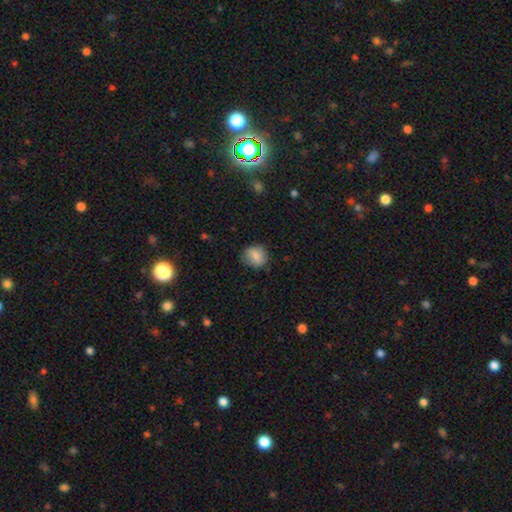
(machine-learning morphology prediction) The model was most divided on "how rounded": round: 71%, in between: 28%, cigar-shaped: 1%. More confident: smooth or featured — smooth (83%); merging — none (77%).